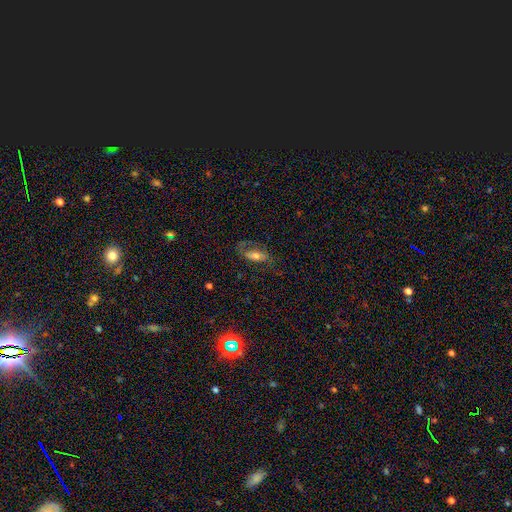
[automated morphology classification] Smooth or featured: smooth — 49% (featured or disk — 42%)
Merging: none — 59% (minor disturbance — 21%)